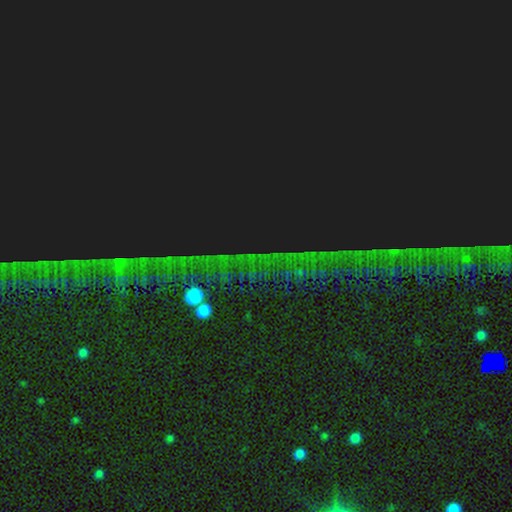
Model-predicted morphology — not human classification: Smooth or featured? star or artifact (83%)